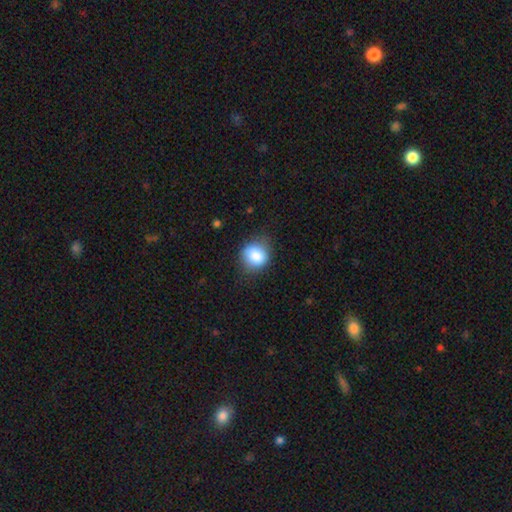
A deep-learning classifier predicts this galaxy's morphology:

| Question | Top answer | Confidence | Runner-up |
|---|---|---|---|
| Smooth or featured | smooth | 85% | star or artifact (9%) |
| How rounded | round | 76% | in between (23%) |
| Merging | none | 72% | minor disturbance (21%) |